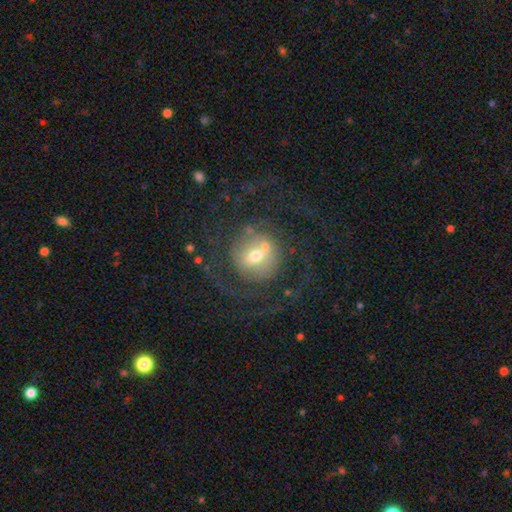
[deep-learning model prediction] smooth_or_featured: featured or disk (p=0.59) [alt: smooth p=0.31]
disk_edge_on: no (p=0.96) [alt: yes p=0.04]
bar: no (p=0.50) [alt: weak p=0.34]
has_spiral_arms: yes (p=0.57) [alt: no p=0.43]
bulge_size: moderate (p=0.57) [alt: small p=0.29]
merging: none (p=0.60) [alt: major disturbance p=0.20]